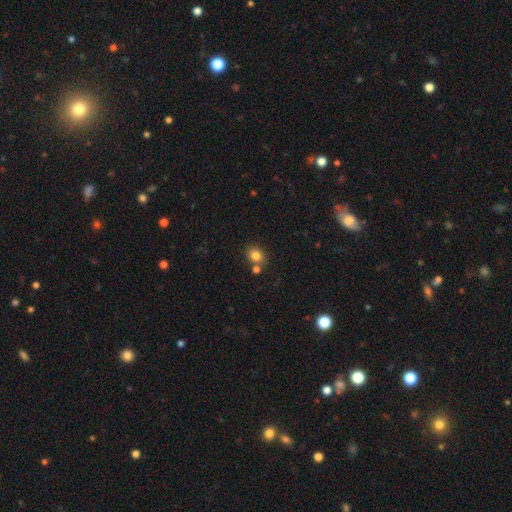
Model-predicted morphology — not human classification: Smooth or featured?
  - smooth: 82% *
  - star or artifact: 11%
  - featured or disk: 7%
How rounded?
  - round: 61% *
  - in between: 38%
  - cigar-shaped: 1%
Merging?
  - none: 71% *
  - merger: 16%
  - minor disturbance: 10%
  - major disturbance: 3%